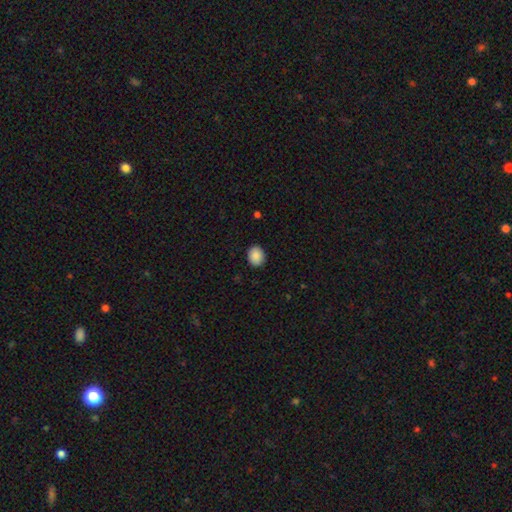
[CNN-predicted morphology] A smooth galaxy with no disk features (89%) that is round (56%).

Vote fractions:
- Smooth or featured? smooth: 89% / star or artifact: 8% / featured or disk: 3%
- How rounded? round: 56% / in between: 43% / cigar-shaped: 1%
- Merging? none: 89% / minor disturbance: 8% / major disturbance: 2% / merger: 1%